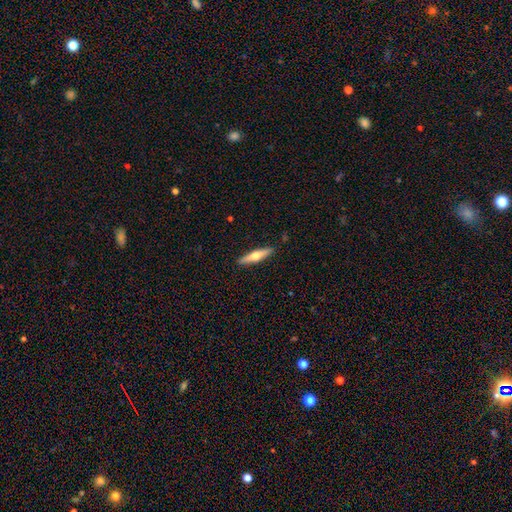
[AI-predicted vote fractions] smooth_or_featured: featured or disk (p=0.49) [alt: smooth p=0.45]
merging: none (p=0.90) [alt: minor disturbance p=0.07]